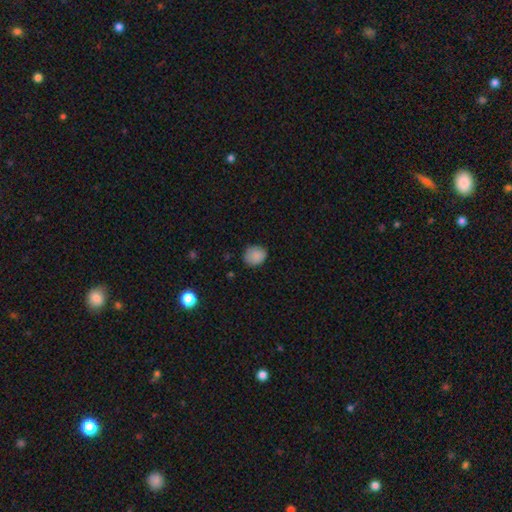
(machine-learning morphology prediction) Smooth or featured?
  - smooth: 86% *
  - star or artifact: 9%
  - featured or disk: 5%
How rounded?
  - round: 71% *
  - in between: 28%
  - cigar-shaped: 1%
Merging?
  - none: 80% *
  - minor disturbance: 16%
  - major disturbance: 3%
  - merger: 1%